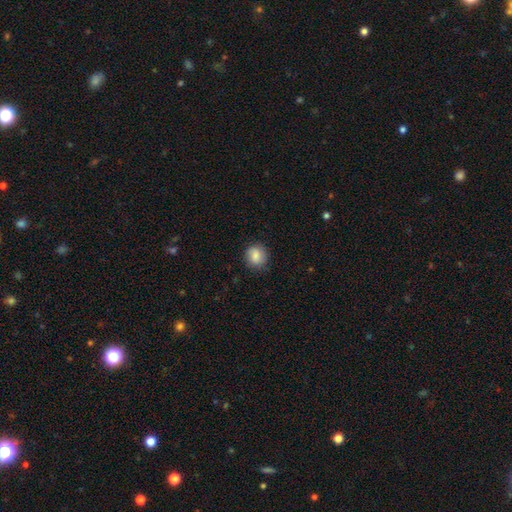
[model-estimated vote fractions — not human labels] A smooth galaxy with no disk features (84%) that is round (82%). Merging: none (84%).